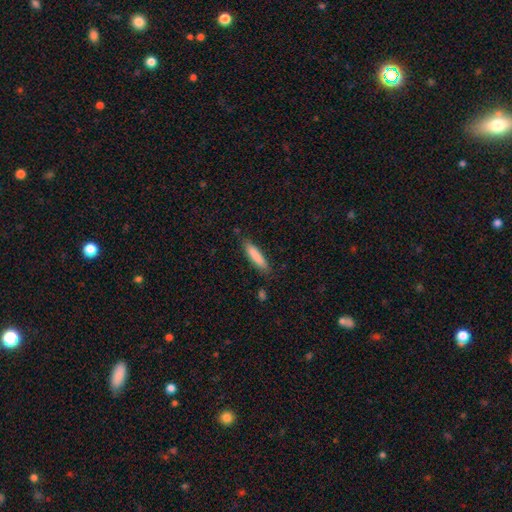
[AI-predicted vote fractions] Smooth or featured: smooth — 82% (featured or disk — 11%)
How rounded: cigar-shaped — 84% (in between — 15%)
Merging: none — 84% (minor disturbance — 12%)